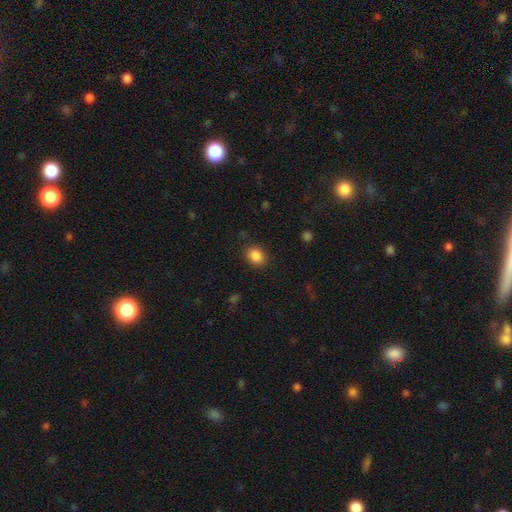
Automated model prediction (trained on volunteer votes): Overall: smooth (87%). How rounded: round (55%; in between 44%). Merging: none (87%).